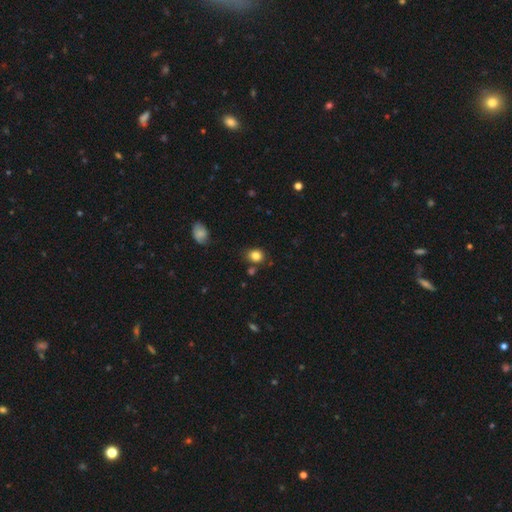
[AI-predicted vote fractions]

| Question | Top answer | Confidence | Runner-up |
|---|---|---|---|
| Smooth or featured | smooth | 83% | star or artifact (11%) |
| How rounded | round | 63% | in between (36%) |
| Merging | none | 76% | minor disturbance (14%) |